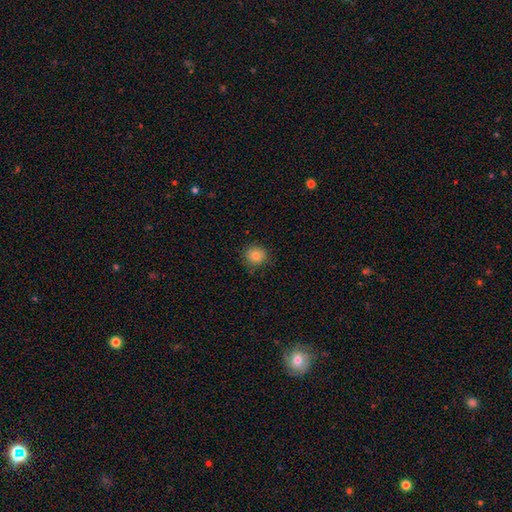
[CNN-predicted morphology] smooth-or-featured: smooth: 83% | star or artifact: 10% | featured or disk: 7%
  how-rounded: round: 90% | in between: 9% | cigar-shaped: 1%
  merging: none: 82% | minor disturbance: 14% | major disturbance: 3% | merger: 1%